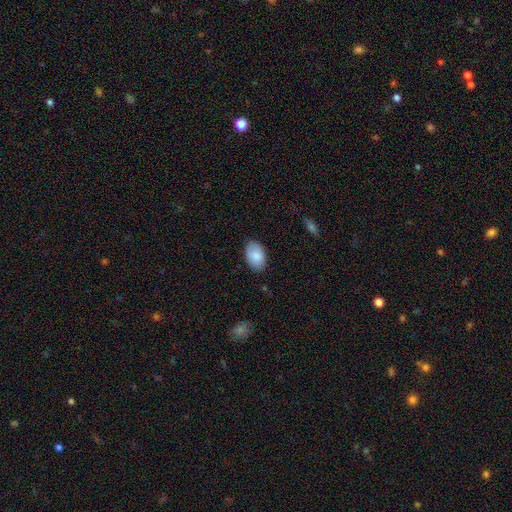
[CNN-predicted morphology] Smooth or featured? smooth (87%)
How rounded? in between (91%)
Merging? none (83%)